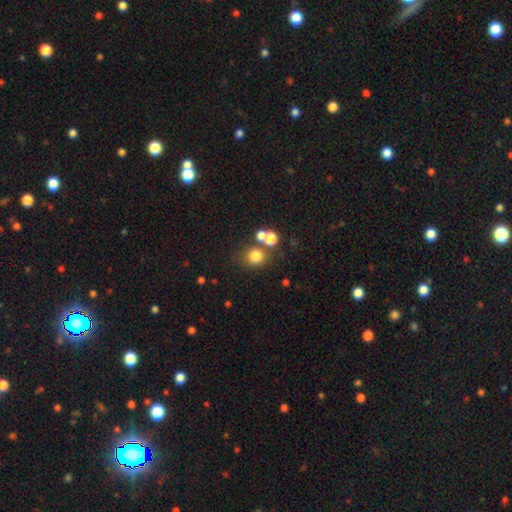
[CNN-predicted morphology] This is likely a smooth galaxy (77%). How rounded: clearly round (80%). Merging: likely none (62%).